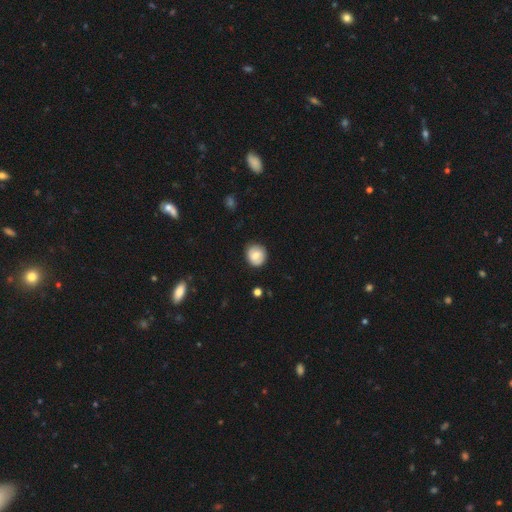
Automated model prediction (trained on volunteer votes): Overall: smooth (63%; featured or disk 29%). How rounded: round (83%). Merging: none (83%).